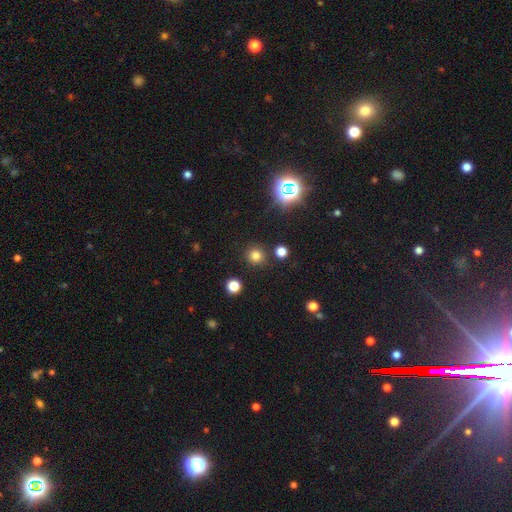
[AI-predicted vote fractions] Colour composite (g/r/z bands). It shows a smooth galaxy with no disk features (75%) that is round (93%). Merging: none (87%).